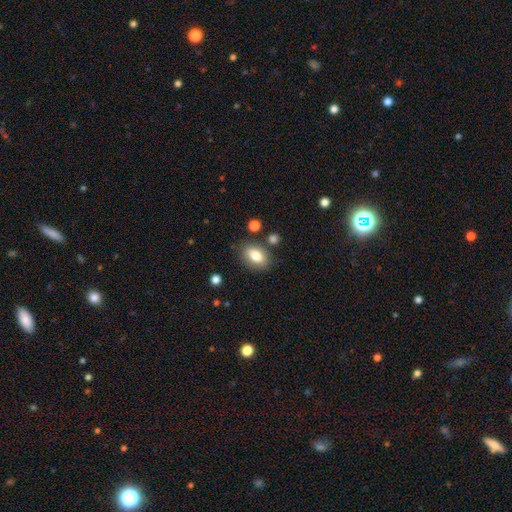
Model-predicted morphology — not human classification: A smooth galaxy with no disk features (79%) that is in between round and cigar-shaped (83%).

Vote fractions:
- Smooth or featured? smooth: 79% / featured or disk: 13% / star or artifact: 9%
- How rounded? in between: 83% / round: 15% / cigar-shaped: 2%
- Merging? none: 78% / minor disturbance: 13% / merger: 6% / major disturbance: 4%